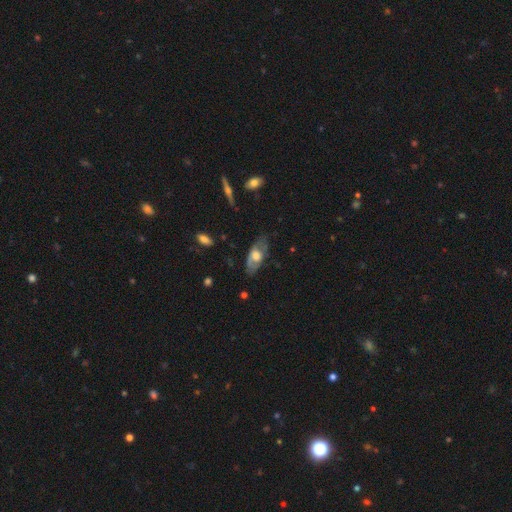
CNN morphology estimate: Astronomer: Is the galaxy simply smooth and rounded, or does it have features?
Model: featured or disk — 53% (runner-up: smooth, 41%).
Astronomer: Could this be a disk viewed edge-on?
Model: no — 73%.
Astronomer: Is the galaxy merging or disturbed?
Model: none — 68%.